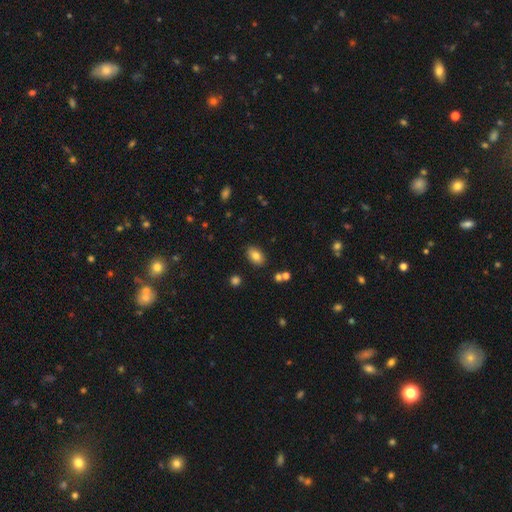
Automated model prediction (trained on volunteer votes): Smooth or featured? smooth (80%)
How rounded? in between (89%)
Merging? none (85%)